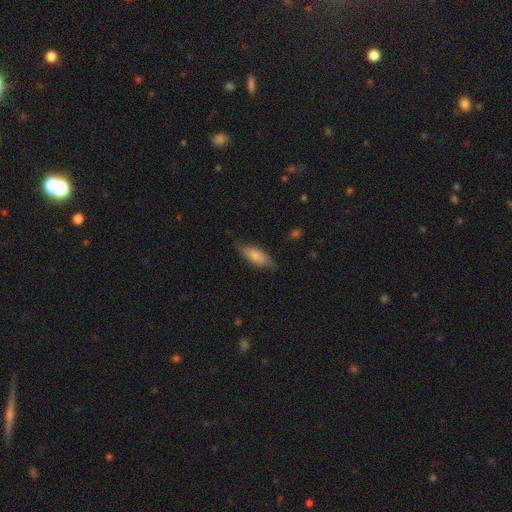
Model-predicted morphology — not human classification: Smooth or featured?
  - smooth: 81% *
  - featured or disk: 13%
  - star or artifact: 6%
How rounded?
  - in between: 73% *
  - cigar-shaped: 25%
  - round: 2%
Merging?
  - none: 74% *
  - minor disturbance: 21%
  - major disturbance: 4%
  - merger: 1%